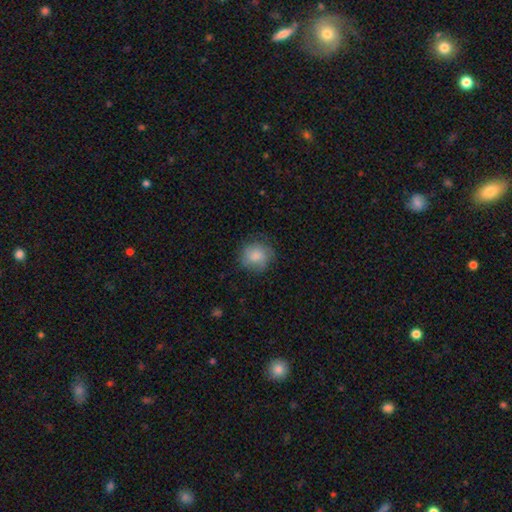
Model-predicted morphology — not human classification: smooth_or_featured: smooth (p=0.80) [alt: featured or disk p=0.13]
how_rounded: round (p=0.86) [alt: in between p=0.13]
merging: none (p=0.74) [alt: minor disturbance p=0.18]